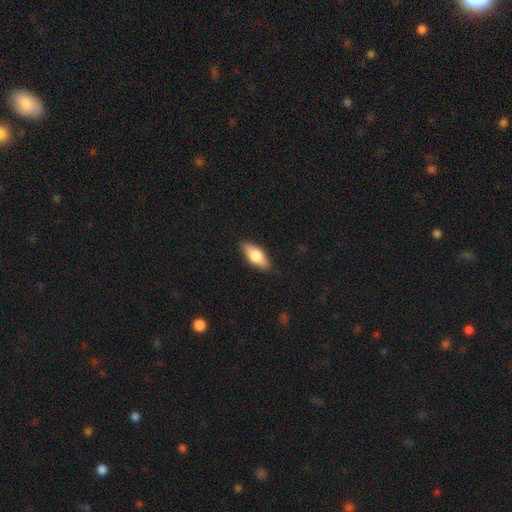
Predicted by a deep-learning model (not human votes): Smooth or featured?
  - smooth: 69% *
  - featured or disk: 25%
  - star or artifact: 6%
How rounded?
  - in between: 79% *
  - cigar-shaped: 18%
  - round: 3%
Merging?
  - none: 86% *
  - minor disturbance: 11%
  - major disturbance: 2%
  - merger: 1%